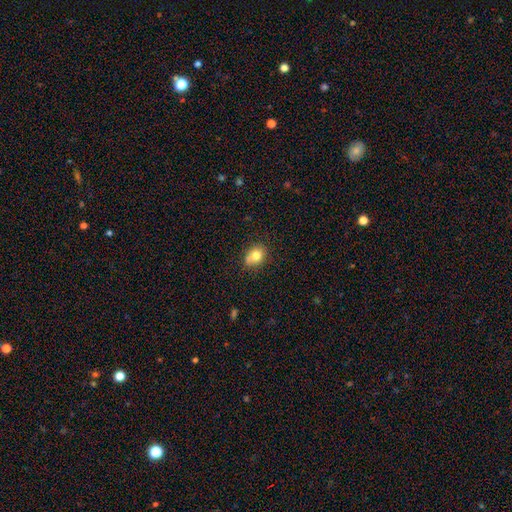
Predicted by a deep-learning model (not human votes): smooth_or_featured: smooth (p=0.78) [alt: featured or disk p=0.12]
how_rounded: in between (p=0.59) [alt: round p=0.40]
merging: none (p=0.71) [alt: minor disturbance p=0.21]